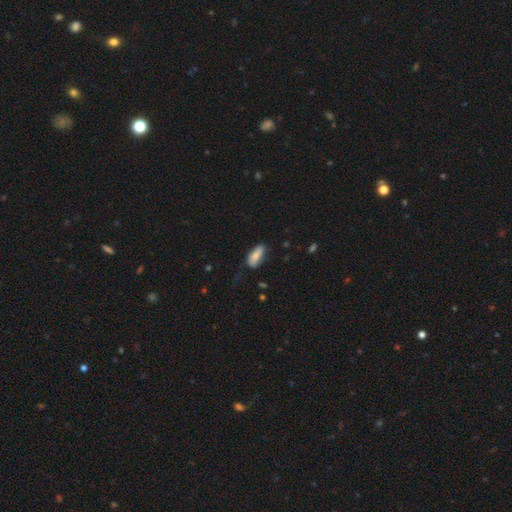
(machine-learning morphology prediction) Smooth or featured: smooth — 82% (featured or disk — 11%)
How rounded: in between — 79% (cigar-shaped — 19%)
Merging: none — 66% (minor disturbance — 27%)